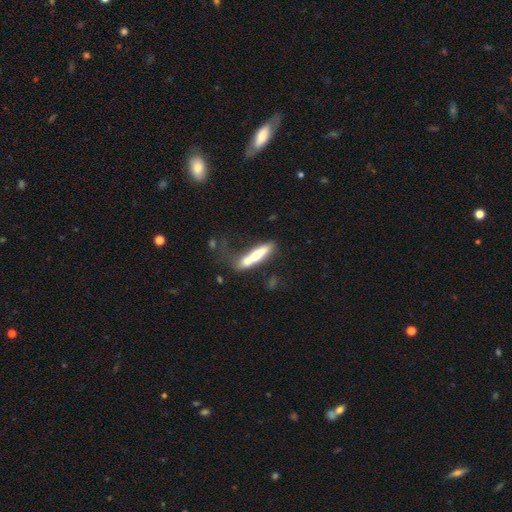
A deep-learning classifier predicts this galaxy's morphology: smooth_or_featured: smooth (p=0.57) [alt: featured or disk p=0.36]
how_rounded: cigar-shaped (p=0.83) [alt: in between p=0.16]
merging: none (p=0.37) [alt: merger p=0.27]